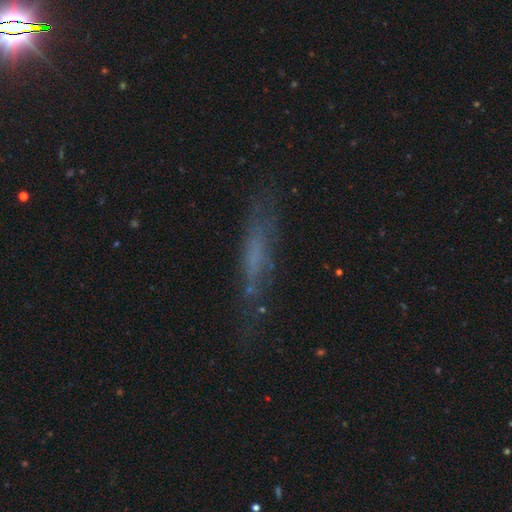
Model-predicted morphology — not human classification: featured or disk 43%, smooth 41%, star or artifact 15%. Down the decision tree: merging — none (64%).